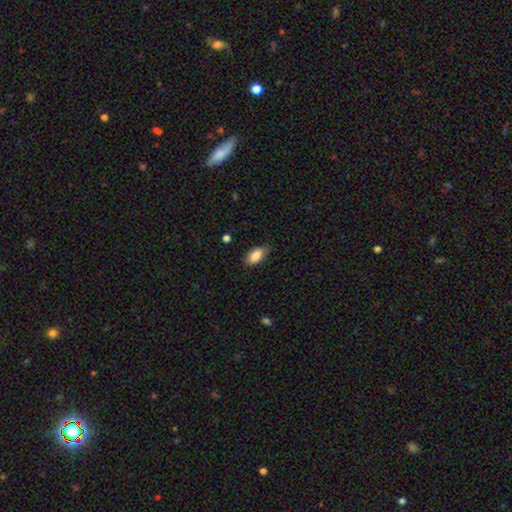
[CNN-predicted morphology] The model was most divided on "merging": none: 79%, minor disturbance: 17%, major disturbance: 3%, merger: 1%. More confident: how rounded — in between (90%); smooth or featured — smooth (86%).